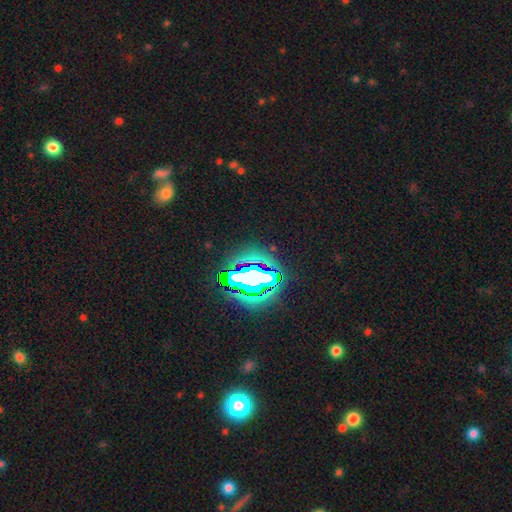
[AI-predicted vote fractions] Smooth or featured?
  - star or artifact: 83% *
  - smooth: 10%
  - featured or disk: 7%